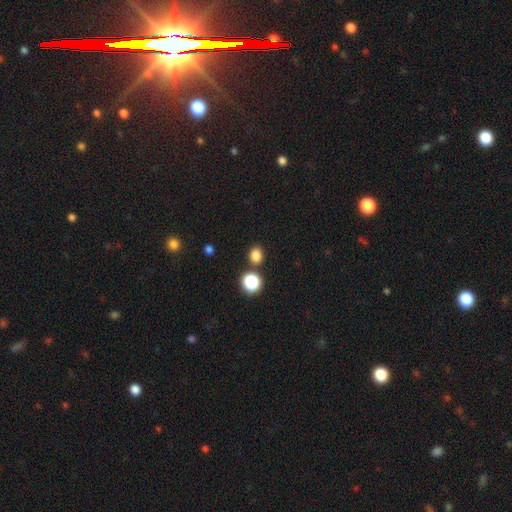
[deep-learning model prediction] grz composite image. It shows a smooth galaxy with no disk features (81%) that is round (65%). Merging: none (82%).